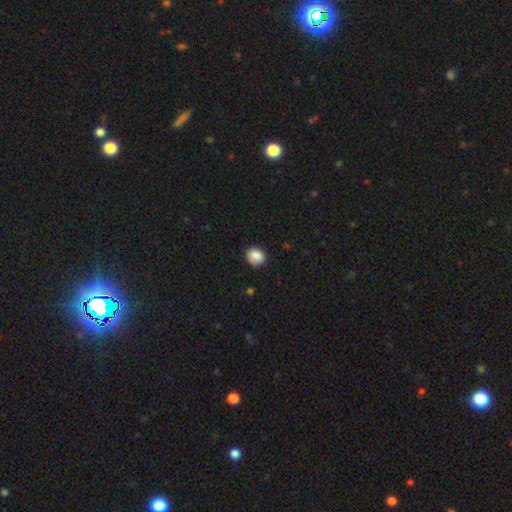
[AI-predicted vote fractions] A smooth galaxy with no disk features (87%) that is round (65%).

Vote fractions:
- Smooth or featured? smooth: 87% / star or artifact: 9% / featured or disk: 5%
- How rounded? round: 65% / in between: 34% / cigar-shaped: 1%
- Merging? none: 79% / minor disturbance: 16% / major disturbance: 3% / merger: 1%